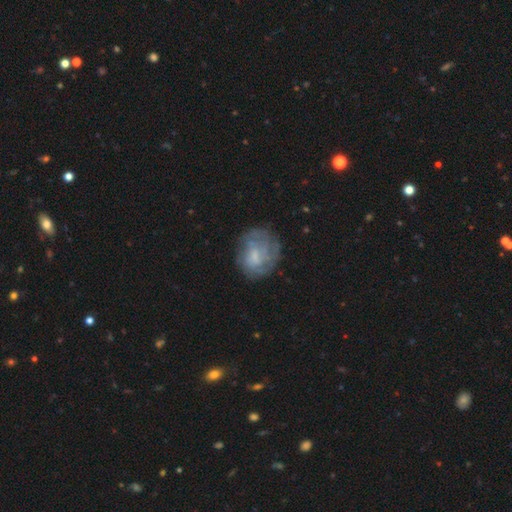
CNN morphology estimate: Smooth or featured?
  - featured or disk: 48% *
  - smooth: 42%
  - star or artifact: 10%
Merging?
  - none: 64% *
  - minor disturbance: 21%
  - major disturbance: 13%
  - merger: 2%